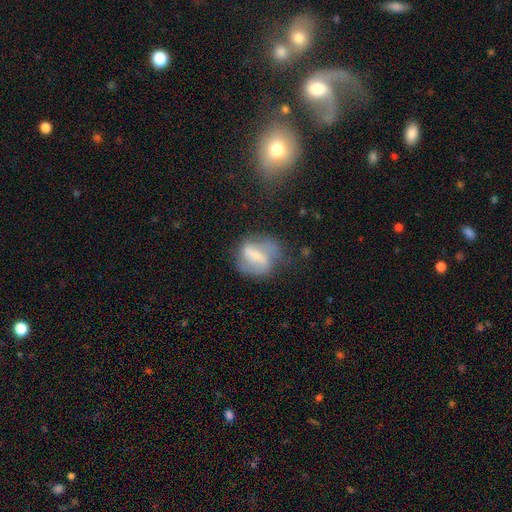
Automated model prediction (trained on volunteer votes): smooth-or-featured: featured or disk: 62% | smooth: 30% | star or artifact: 8%
  disk-edge-on: no: 96% | yes: 4%
    bar: strong: 44% | weak: 39% | no: 17%
    has-spiral-arms: yes: 81% | no: 19%
    bulge-size: small: 44% | moderate: 30% | none: 19% | large: 6% | dominant: 2%
  merging: none: 52% | minor disturbance: 26% | major disturbance: 18% | merger: 4%